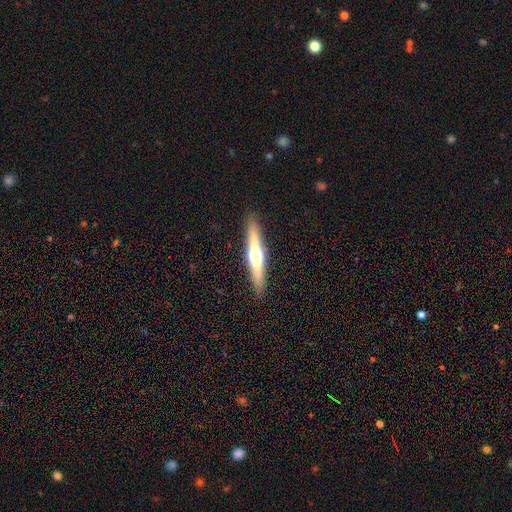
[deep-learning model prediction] This is likely a featured or disk galaxy (66%). It is clearly viewed edge-on (97%). Edge-on bulge: clearly rounded (92%). Merging: clearly none (91%).